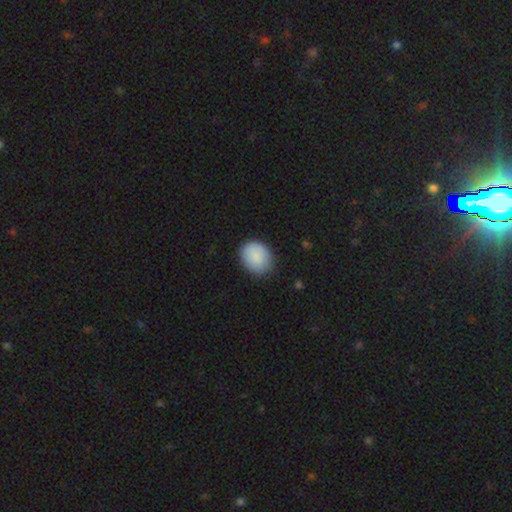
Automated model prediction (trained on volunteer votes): This is clearly a smooth galaxy (88%). How rounded: possibly in between (52%). Merging: clearly none (83%).